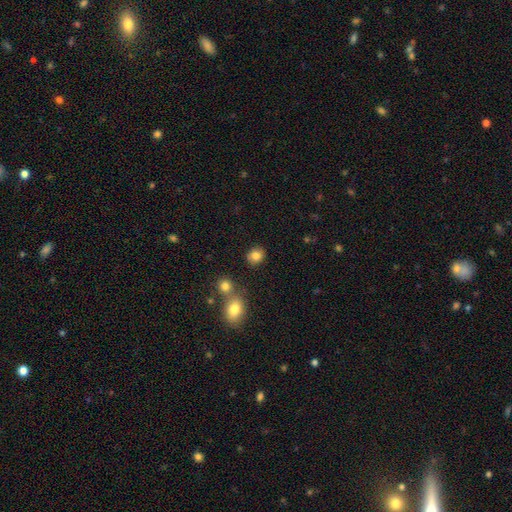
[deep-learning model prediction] A smooth galaxy with no disk features (83%) that is round (75%).

Vote fractions:
- Smooth or featured? smooth: 83% / star or artifact: 11% / featured or disk: 6%
- How rounded? round: 75% / in between: 24% / cigar-shaped: 1%
- Merging? none: 83% / minor disturbance: 9% / merger: 5% / major disturbance: 3%